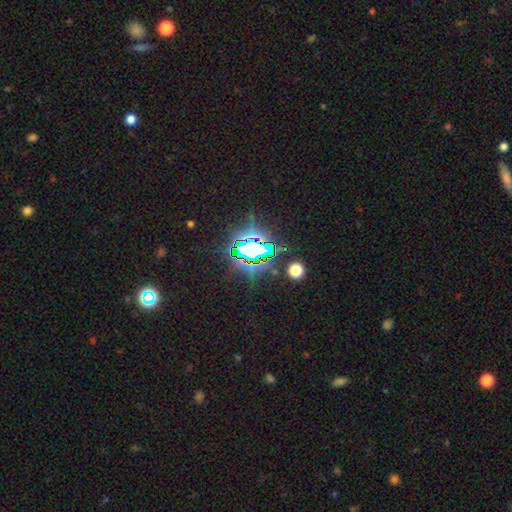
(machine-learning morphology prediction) This appears to be a star or artifact, not a galaxy (76%).